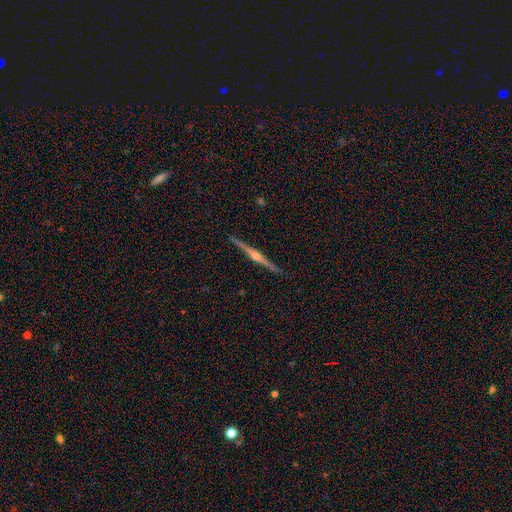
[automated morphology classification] A featured or disk galaxy (86%) viewed edge-on (99%) with a rounded central bulge (89%). Merging: none (93%).